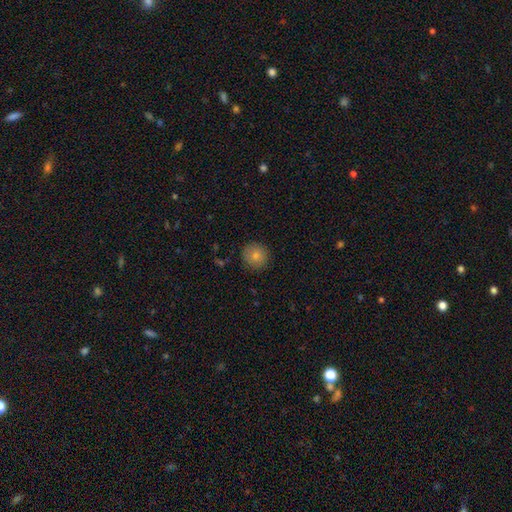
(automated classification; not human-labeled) Overall: smooth (81%). How rounded: round (91%). Merging: none (88%).